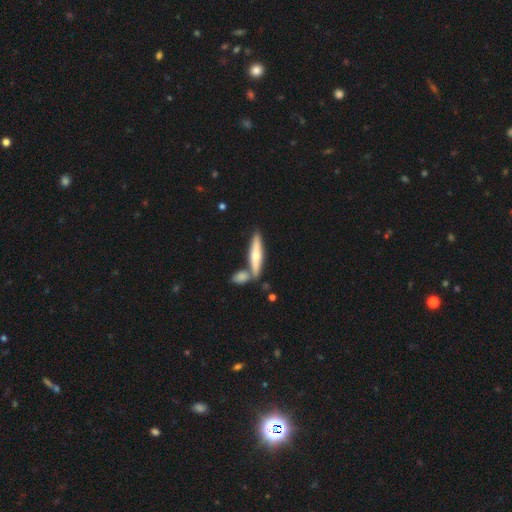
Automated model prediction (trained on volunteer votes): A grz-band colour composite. It shows a smooth galaxy with no disk features (51%) that is cigar-shaped (83%). Merging: none (64%).